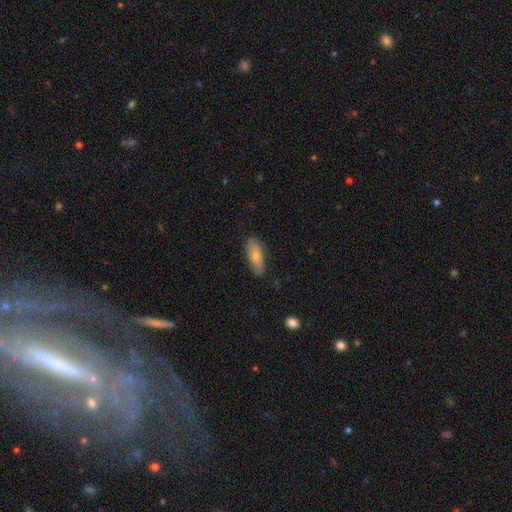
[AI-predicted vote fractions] smooth 77%, featured or disk 18%, star or artifact 6%. Down the decision tree: how rounded — in between (75%); merging — none (82%).